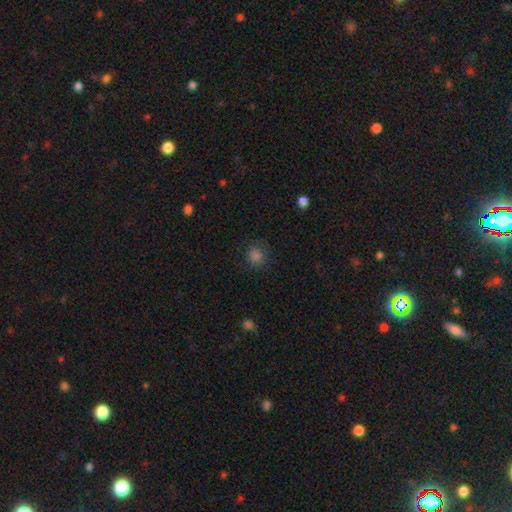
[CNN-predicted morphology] The model was most divided on "smooth or featured": smooth: 78%, star or artifact: 17%, featured or disk: 5%. More confident: how rounded — round (86%); merging — none (84%).